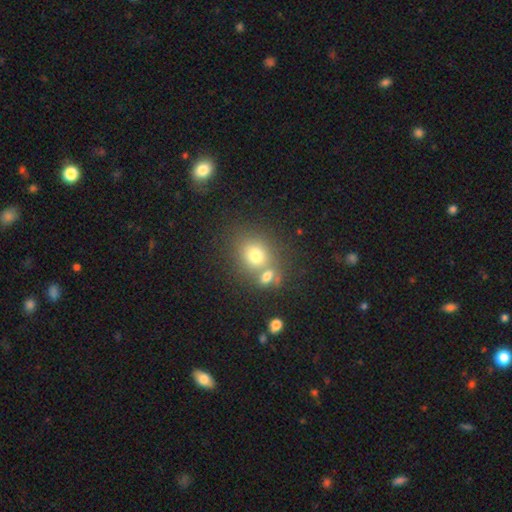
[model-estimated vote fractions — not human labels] Smooth or featured? Predicted: smooth (p=0.74). How rounded? Predicted: round (p=0.69). Merging? Predicted: none (p=0.51).